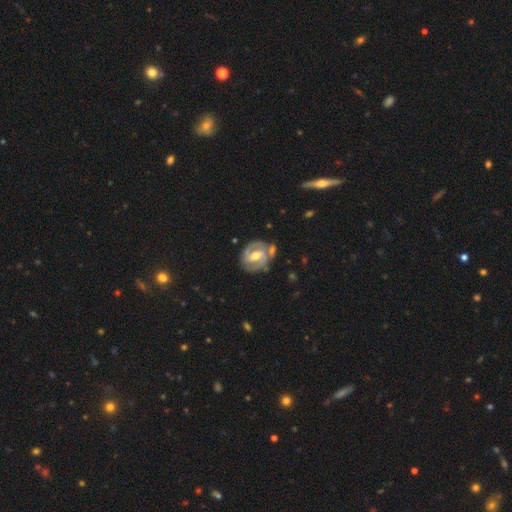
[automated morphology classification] This is clearly a featured or disk galaxy (83%). It is clearly not viewed edge-on (97%). Bar: possibly weak (47%). Spiral arm pattern: clearly yes (91%). Spiral arm count: clearly 2 (82%). Spiral winding: possibly tight (48%). Central bulge: likely moderate (67%). Merging: likely none (68%).